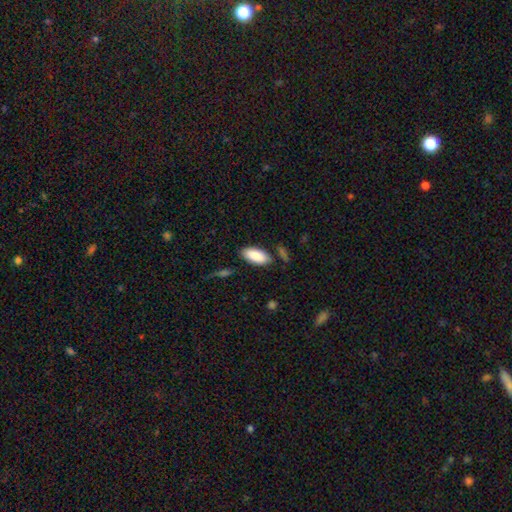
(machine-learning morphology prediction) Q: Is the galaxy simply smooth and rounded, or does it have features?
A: smooth — 88%.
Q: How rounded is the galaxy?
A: in between — 92%.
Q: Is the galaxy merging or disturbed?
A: none — 80%.